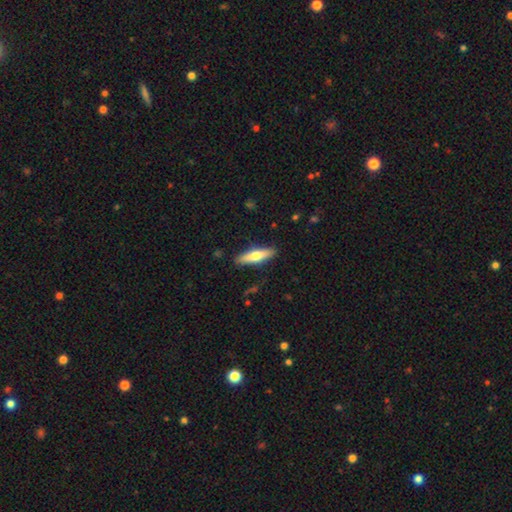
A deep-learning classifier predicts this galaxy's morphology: type=smooth (59%); roundness=cigar-shaped (68%); merging=none (89%).